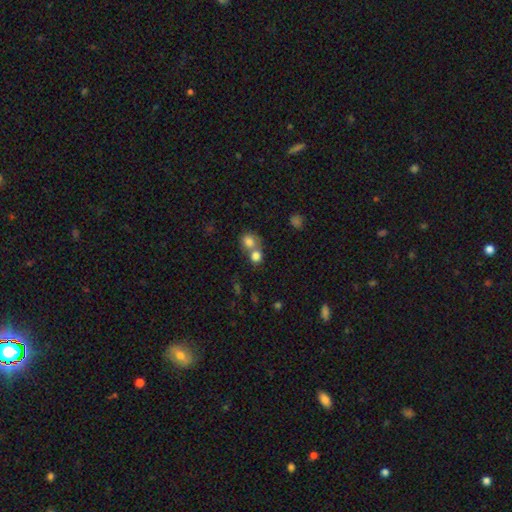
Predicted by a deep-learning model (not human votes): Smooth or featured: smooth — 80% (star or artifact — 11%)
How rounded: round — 81% (in between — 18%)
Merging: merger — 54% (none — 38%)